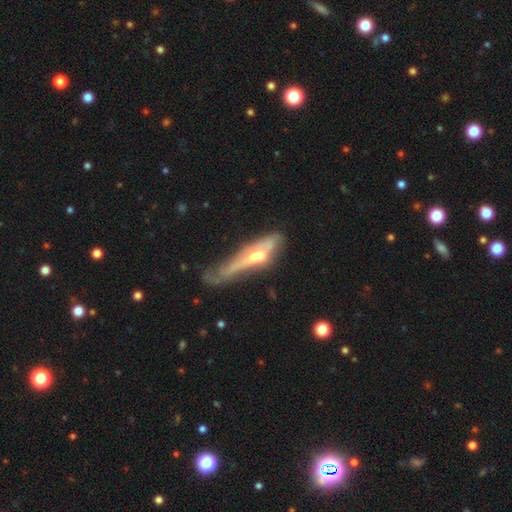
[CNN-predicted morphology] featured or disk 62%, smooth 31%, star or artifact 8%. Down the decision tree: edge-on disk — yes (64%); merging — major disturbance (39%).